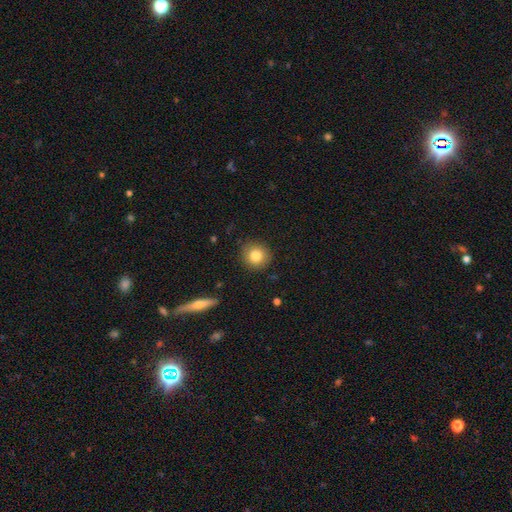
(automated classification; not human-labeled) smooth_or_featured: smooth (p=0.83) [alt: star or artifact p=0.09]
how_rounded: round (p=0.89) [alt: in between p=0.10]
merging: none (p=0.89) [alt: minor disturbance p=0.08]